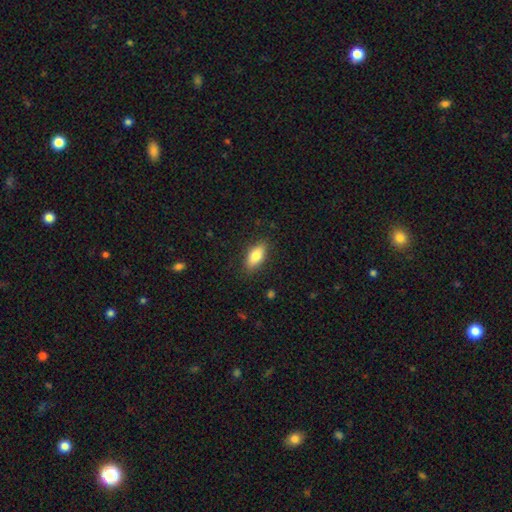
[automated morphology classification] smooth 78%, featured or disk 15%, star or artifact 7%. Down the decision tree: how rounded — in between (82%); merging — none (86%).